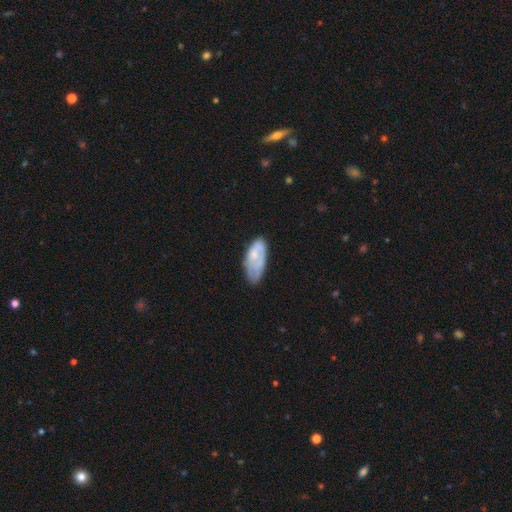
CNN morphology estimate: Smooth or featured?
  - smooth: 60% *
  - featured or disk: 33%
  - star or artifact: 7%
How rounded?
  - in between: 86% *
  - cigar-shaped: 12%
  - round: 2%
Merging?
  - none: 51% *
  - minor disturbance: 33%
  - major disturbance: 12%
  - merger: 3%